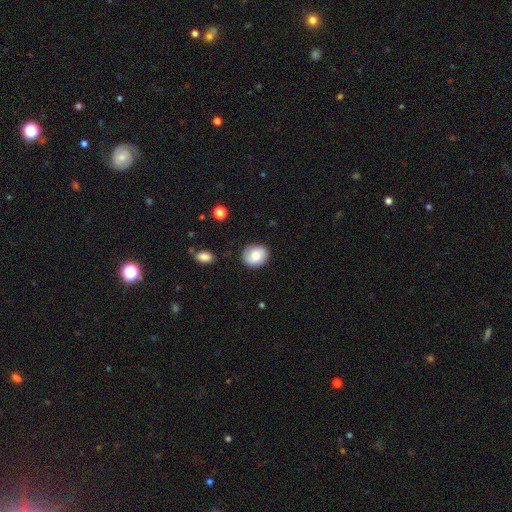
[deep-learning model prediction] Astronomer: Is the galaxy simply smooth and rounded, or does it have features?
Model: smooth — 76%.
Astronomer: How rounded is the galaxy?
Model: round — 67%.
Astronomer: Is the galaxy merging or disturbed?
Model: none — 84%.